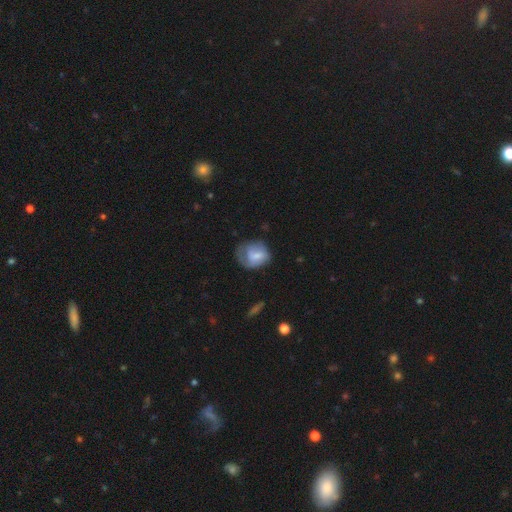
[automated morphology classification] The model was most divided on "merging": none: 42%, minor disturbance: 32%, major disturbance: 24%, merger: 2%. More confident: smooth or featured — smooth (61%); how rounded — round (58%).